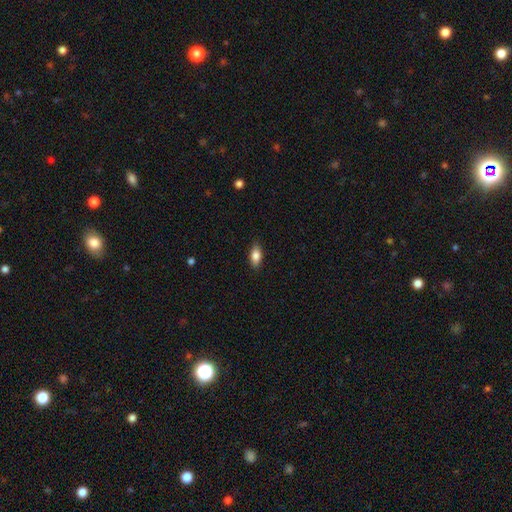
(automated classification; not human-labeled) Smooth or featured: smooth — 83% (featured or disk — 10%)
How rounded: in between — 86% (cigar-shaped — 10%)
Merging: none — 87% (minor disturbance — 10%)